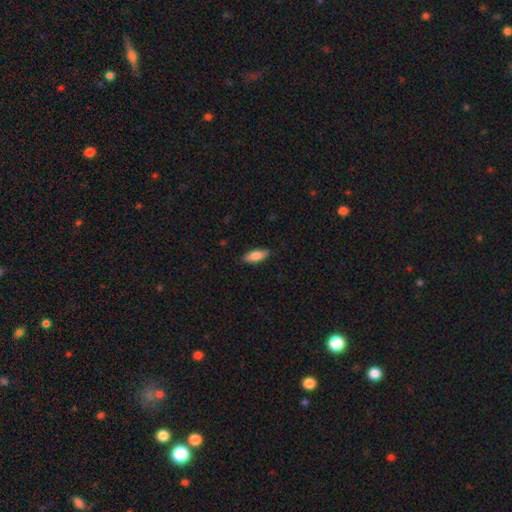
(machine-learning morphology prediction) Smooth or featured? Predicted: smooth (p=0.84). How rounded? Predicted: in between (p=0.76). Merging? Predicted: none (p=0.85).